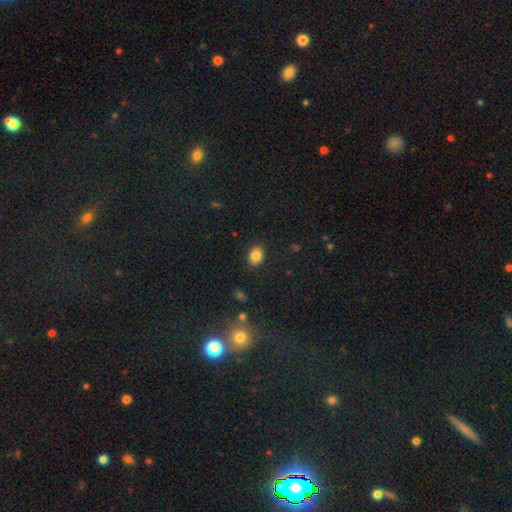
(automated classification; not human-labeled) A smooth galaxy with no disk features (83%) that is in between round and cigar-shaped (56%).

Vote fractions:
- Smooth or featured? smooth: 83% / star or artifact: 10% / featured or disk: 7%
- How rounded? in between: 56% / round: 43% / cigar-shaped: 1%
- Merging? none: 89% / minor disturbance: 8% / major disturbance: 2% / merger: 1%